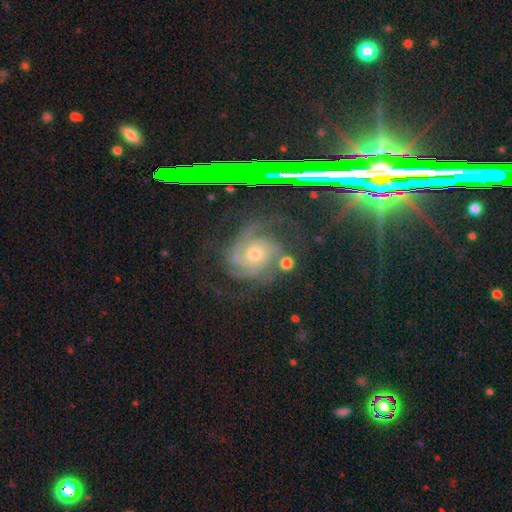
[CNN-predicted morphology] featured or disk 77%, star or artifact 14%, smooth 8%. Down the decision tree: edge-on disk — no (96%); bar — no (74%); spiral arms — yes (97%); spiral arm count — 3 (32%); spiral winding — tight (61%); bulge size — moderate (52%); merging — none (66%).